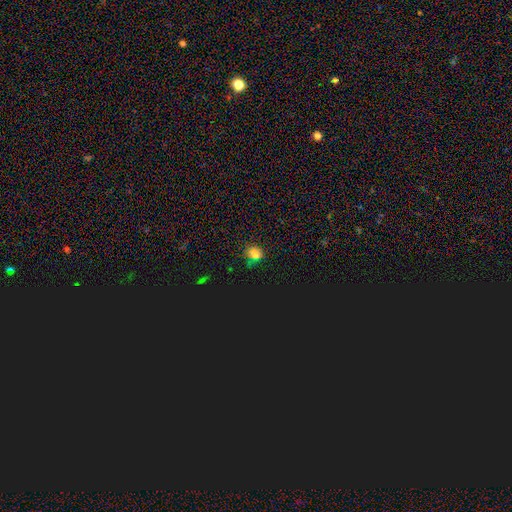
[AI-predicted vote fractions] Morphology: type=smooth (48%); merging=none (73%).